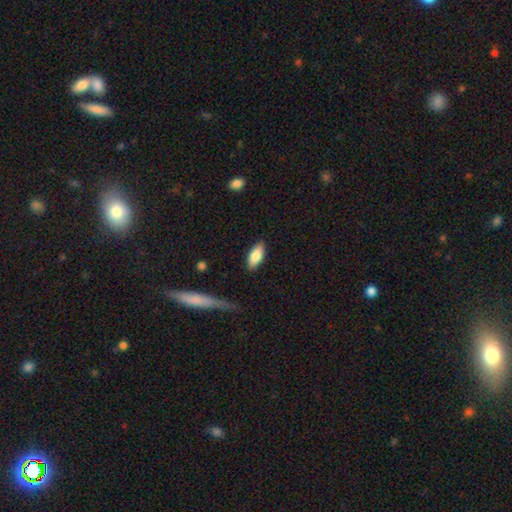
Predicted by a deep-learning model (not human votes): Smooth or featured?
  - smooth: 77% *
  - featured or disk: 16%
  - star or artifact: 6%
How rounded?
  - in between: 83% *
  - cigar-shaped: 15%
  - round: 2%
Merging?
  - none: 85% *
  - minor disturbance: 11%
  - major disturbance: 2%
  - merger: 2%